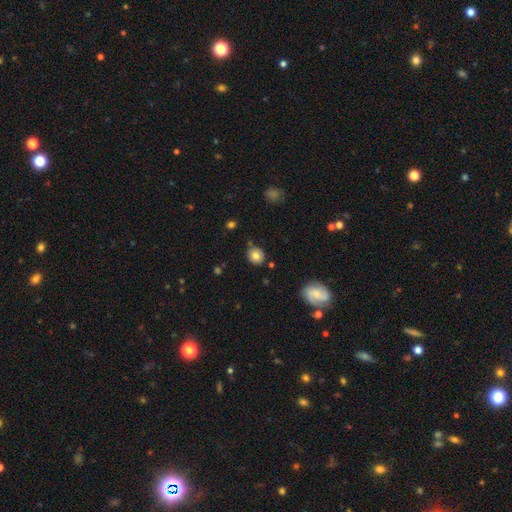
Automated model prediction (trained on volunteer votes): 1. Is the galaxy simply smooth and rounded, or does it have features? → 79% smooth, 11% featured or disk, 10% star or artifact.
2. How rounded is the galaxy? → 80% round, 19% in between, 1% cigar-shaped.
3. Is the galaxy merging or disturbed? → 79% none, 14% minor disturbance, 4% merger, 3% major disturbance.